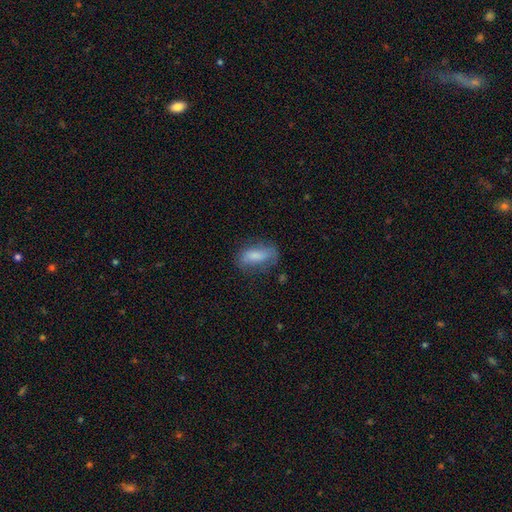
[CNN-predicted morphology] This appears to be a smooth galaxy with no disk features (69%) that is in between round and cigar-shaped (80%). Merging: none (60%).